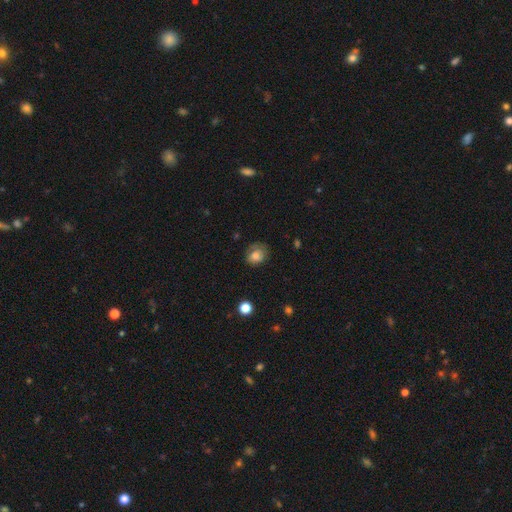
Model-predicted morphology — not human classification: This appears to be a smooth galaxy with no disk features (77%) that is round (62%). Merging: none (64%).